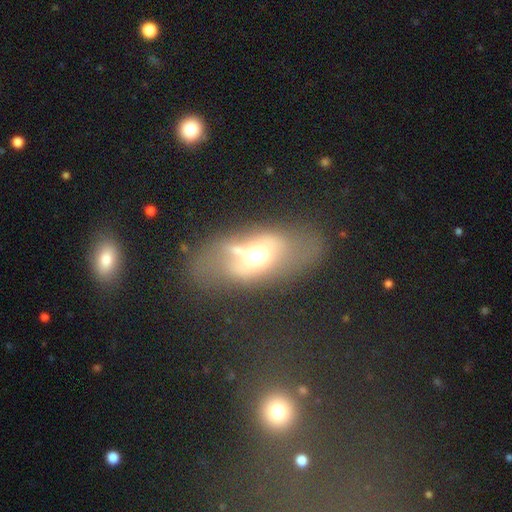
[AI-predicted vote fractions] This is possibly a featured or disk galaxy (46%). Merging: marginally none (38%).